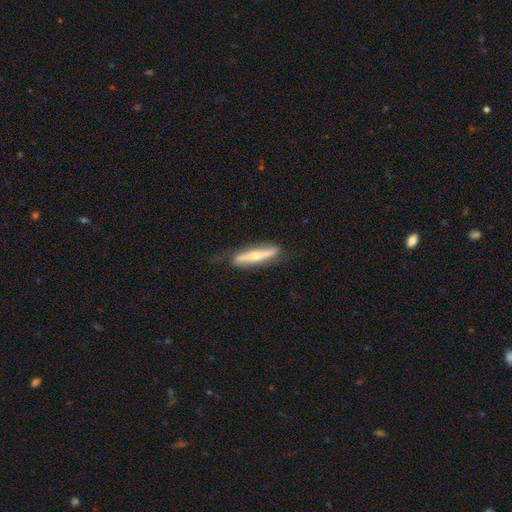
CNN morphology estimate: Smooth or featured?
  - featured or disk: 65% *
  - smooth: 30%
  - star or artifact: 5%
Edge-on disk?
  - yes: 80% *
  - no: 20%
Edge-on bulge?
  - rounded: 87% *
  - none: 9%
  - boxy: 4%
Merging?
  - none: 75% *
  - minor disturbance: 19%
  - major disturbance: 5%
  - merger: 2%